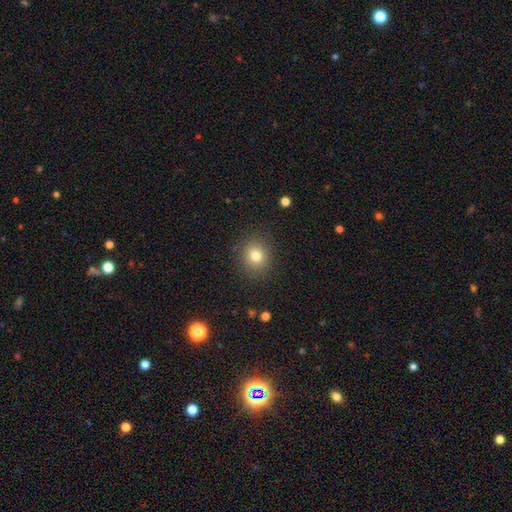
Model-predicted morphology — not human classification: Smooth or featured? smooth (79%)
How rounded? round (83%)
Merging? none (87%)